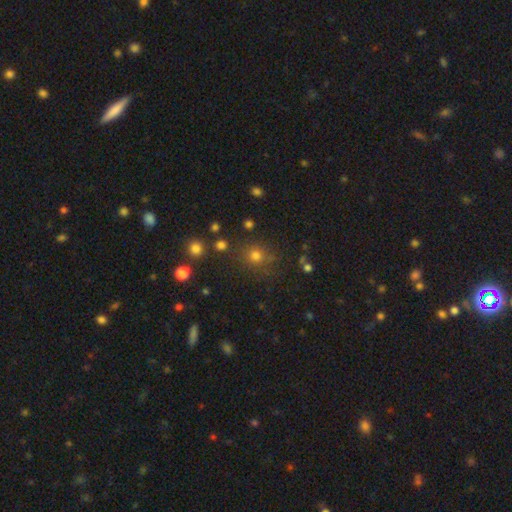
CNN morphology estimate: The model was most divided on "smooth or featured": smooth: 72%, star or artifact: 21%, featured or disk: 7%. More confident: how rounded — round (85%); merging — none (79%).